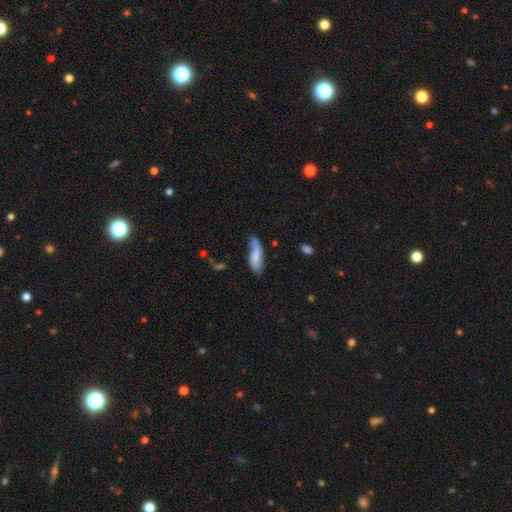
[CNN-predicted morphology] The model was most divided on "how rounded": in between: 53%, cigar-shaped: 45%, round: 2%. More confident: smooth or featured — smooth (70%); merging — none (53%).